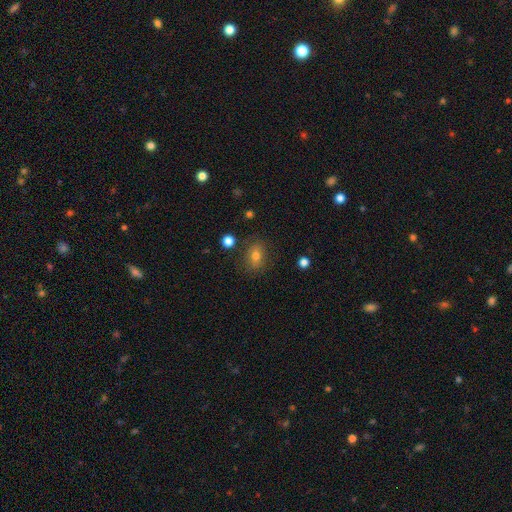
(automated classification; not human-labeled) Smooth or featured: smooth — 74% (featured or disk — 14%)
How rounded: in between — 65% (round — 33%)
Merging: none — 80% (minor disturbance — 13%)